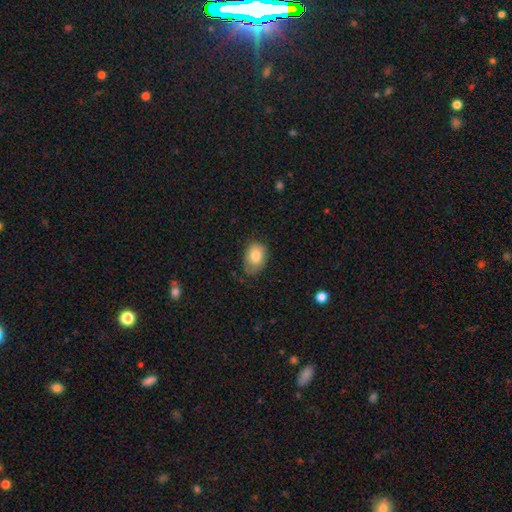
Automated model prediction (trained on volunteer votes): Smooth or featured: smooth — 80% (featured or disk — 12%)
How rounded: in between — 79% (round — 20%)
Merging: none — 66% (minor disturbance — 27%)